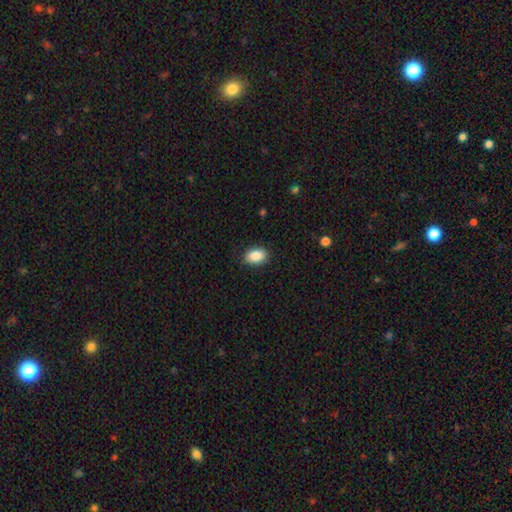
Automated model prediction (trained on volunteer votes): smooth_or_featured: smooth (p=0.89) [alt: star or artifact p=0.08]
how_rounded: in between (p=0.86) [alt: round p=0.13]
merging: none (p=0.87) [alt: minor disturbance p=0.10]